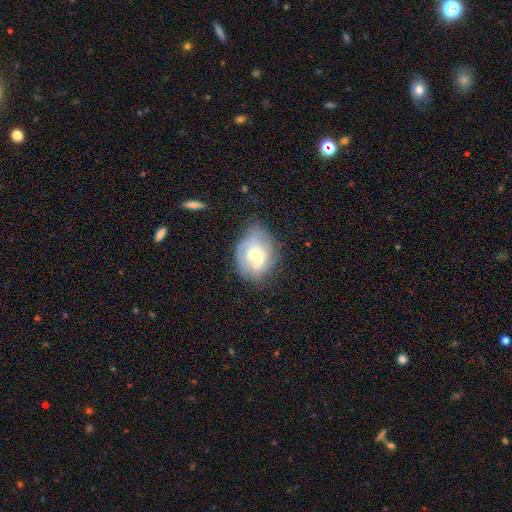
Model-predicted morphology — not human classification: smooth-or-featured: smooth: 46% (tied) | featured or disk: 46% (tied) | star or artifact: 8%
  merging: merger: 35% | none: 31% | minor disturbance: 21% | major disturbance: 14%